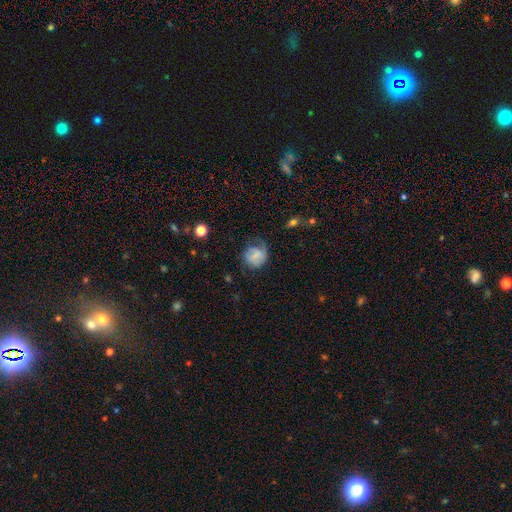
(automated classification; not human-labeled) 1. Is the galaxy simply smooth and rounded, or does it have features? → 52% smooth, 39% featured or disk, 9% star or artifact.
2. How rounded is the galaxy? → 73% round, 26% in between, 1% cigar-shaped.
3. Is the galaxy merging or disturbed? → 44% none, 29% minor disturbance, 25% major disturbance, 2% merger.